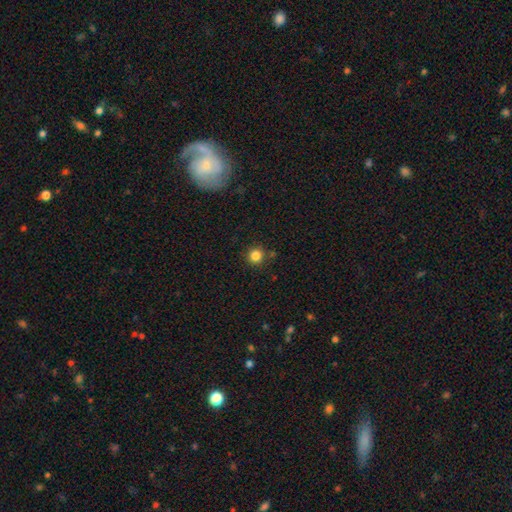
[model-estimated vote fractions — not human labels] Morphology: type=smooth (84%); roundness=round (95%); merging=none (87%).